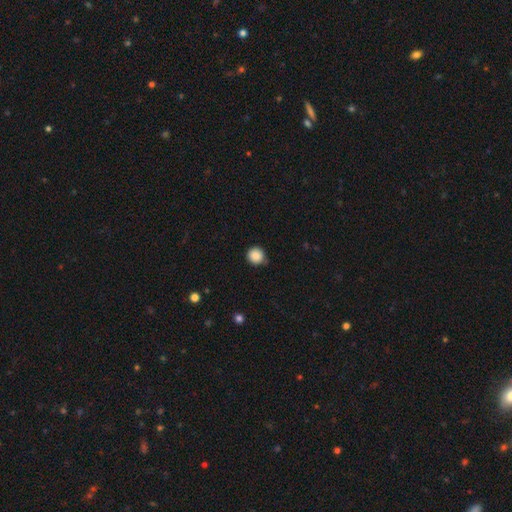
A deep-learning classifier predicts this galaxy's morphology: Smooth or featured? smooth (87%)
How rounded? round (94%)
Merging? none (82%)